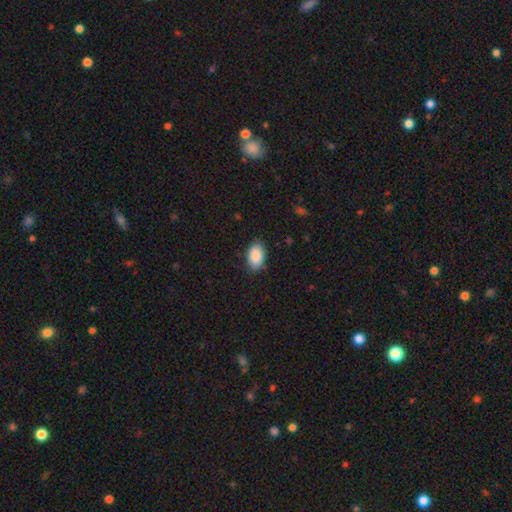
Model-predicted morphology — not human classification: smooth_or_featured: smooth (p=0.88) [alt: star or artifact p=0.07]
how_rounded: in between (p=0.92) [alt: round p=0.07]
merging: none (p=0.82) [alt: minor disturbance p=0.14]